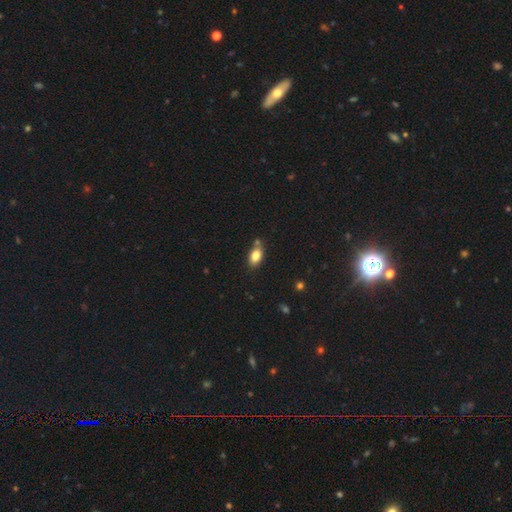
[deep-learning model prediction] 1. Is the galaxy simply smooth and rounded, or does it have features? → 81% smooth, 10% featured or disk, 9% star or artifact.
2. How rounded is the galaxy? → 88% in between, 8% round, 3% cigar-shaped.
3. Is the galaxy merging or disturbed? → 70% none, 14% minor disturbance, 12% merger, 3% major disturbance.